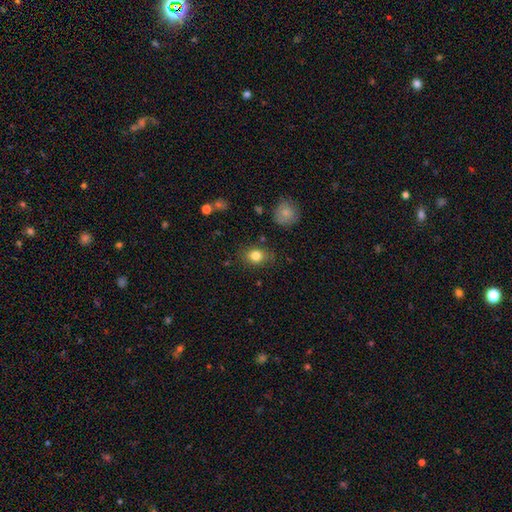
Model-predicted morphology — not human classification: type=smooth (82%); roundness=in between (51%); merging=none (80%).